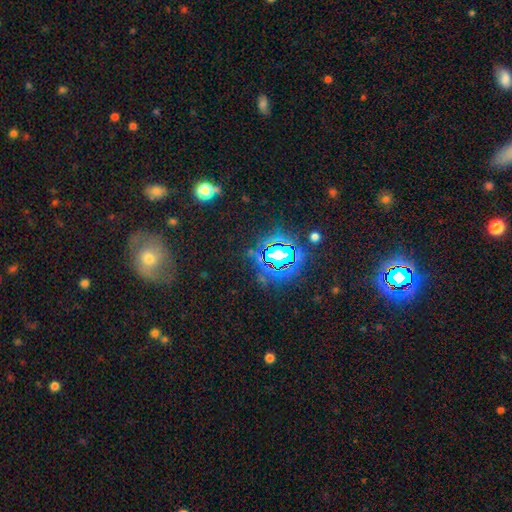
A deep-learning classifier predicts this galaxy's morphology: This is likely a star or artifact rather than a galaxy (74%).